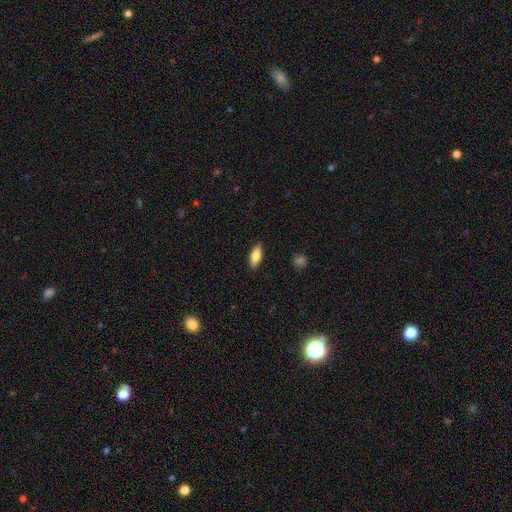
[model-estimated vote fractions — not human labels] This is clearly a smooth galaxy (81%). How rounded: likely in between (76%). Merging: clearly none (88%).